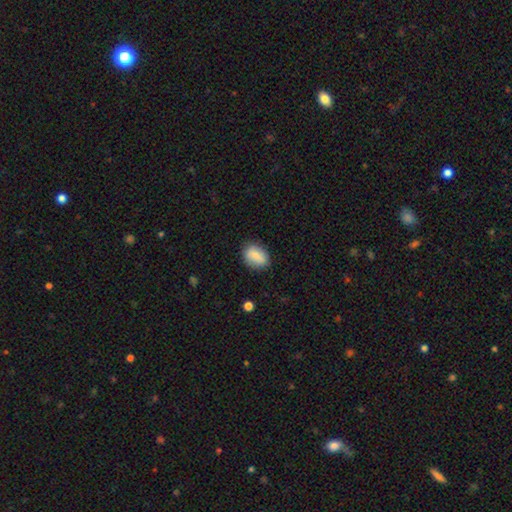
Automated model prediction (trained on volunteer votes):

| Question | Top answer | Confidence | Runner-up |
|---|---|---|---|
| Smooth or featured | smooth | 75% | featured or disk (17%) |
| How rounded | in between | 71% | round (28%) |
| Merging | none | 82% | minor disturbance (14%) |